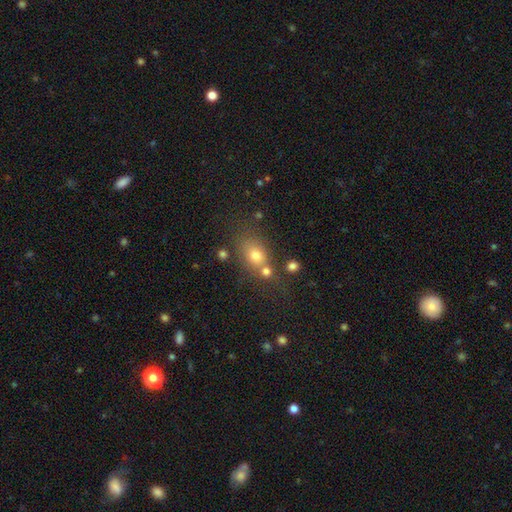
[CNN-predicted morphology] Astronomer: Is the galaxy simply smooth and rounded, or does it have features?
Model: smooth — 70%.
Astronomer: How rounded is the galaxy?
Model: in between — 51% (runner-up: round, 47%).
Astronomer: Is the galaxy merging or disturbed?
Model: none — 49% (runner-up: merger, 31%).